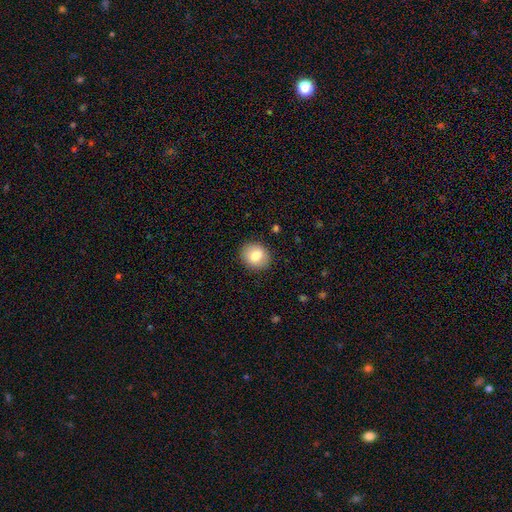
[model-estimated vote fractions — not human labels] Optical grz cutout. It shows a smooth galaxy with no disk features (79%) that is round (69%). Merging: none (89%).